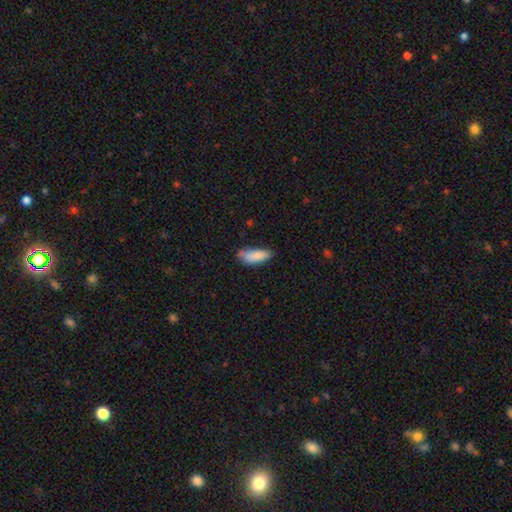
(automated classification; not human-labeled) Smooth or featured?
  - smooth: 86% *
  - featured or disk: 8%
  - star or artifact: 7%
How rounded?
  - in between: 69% *
  - cigar-shaped: 29%
  - round: 2%
Merging?
  - none: 60% *
  - minor disturbance: 31%
  - major disturbance: 7%
  - merger: 3%